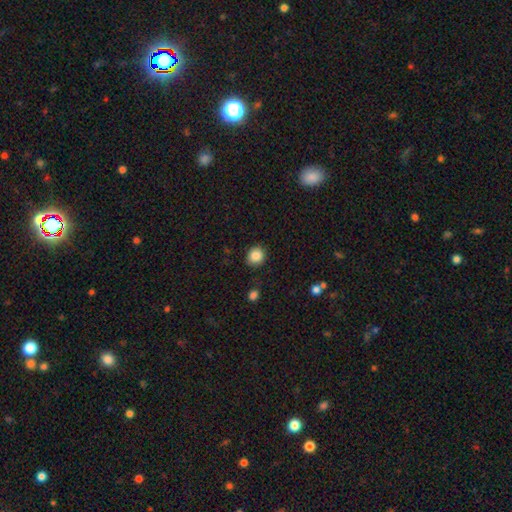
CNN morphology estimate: type=smooth (86%); roundness=round (83%); merging=none (87%).